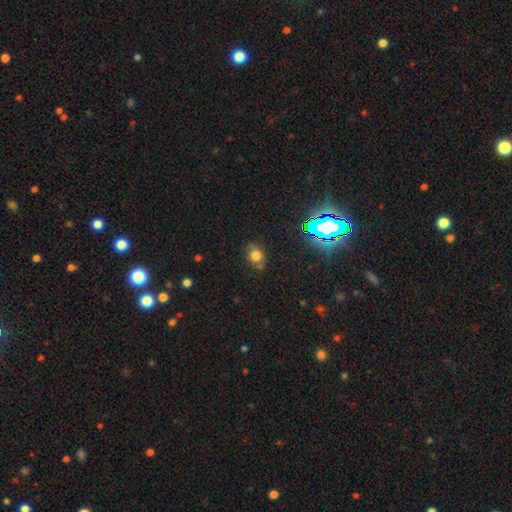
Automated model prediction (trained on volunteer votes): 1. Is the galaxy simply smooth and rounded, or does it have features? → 66% smooth, 21% star or artifact, 13% featured or disk.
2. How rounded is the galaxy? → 59% round, 40% in between, 1% cigar-shaped.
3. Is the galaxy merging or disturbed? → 73% none, 20% minor disturbance, 5% major disturbance, 3% merger.